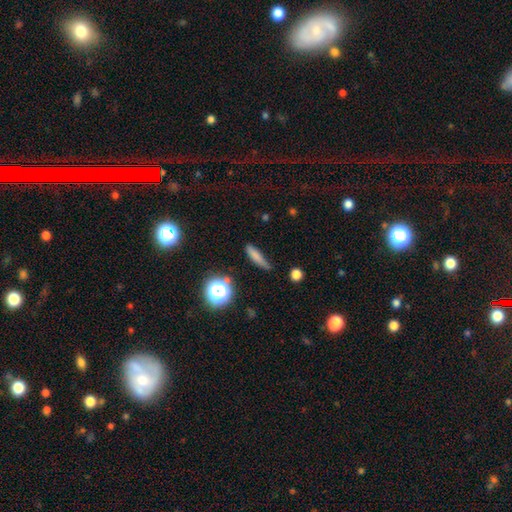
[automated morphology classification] smooth_or_featured: smooth (p=0.74) [alt: featured or disk p=0.14]
how_rounded: cigar-shaped (p=0.74) [alt: in between p=0.19]
merging: none (p=0.65) [alt: minor disturbance p=0.26]